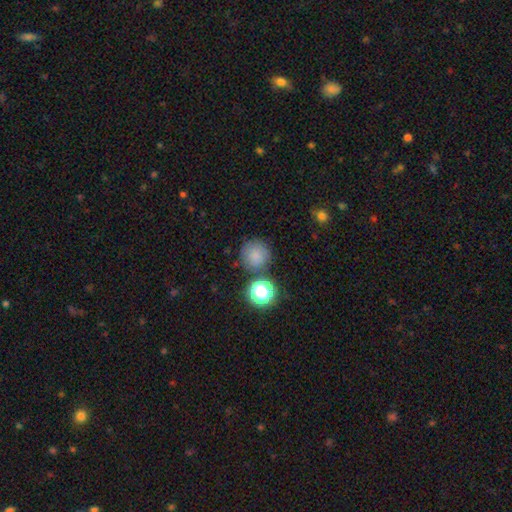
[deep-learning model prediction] Smooth or featured? smooth (79%)
How rounded? round (93%)
Merging? none (76%)